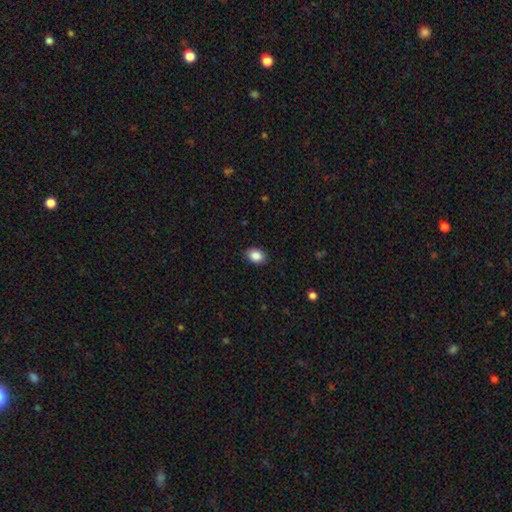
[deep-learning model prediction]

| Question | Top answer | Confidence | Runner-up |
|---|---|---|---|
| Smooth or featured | smooth | 88% | star or artifact (8%) |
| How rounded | in between | 74% | round (25%) |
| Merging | none | 88% | minor disturbance (9%) |